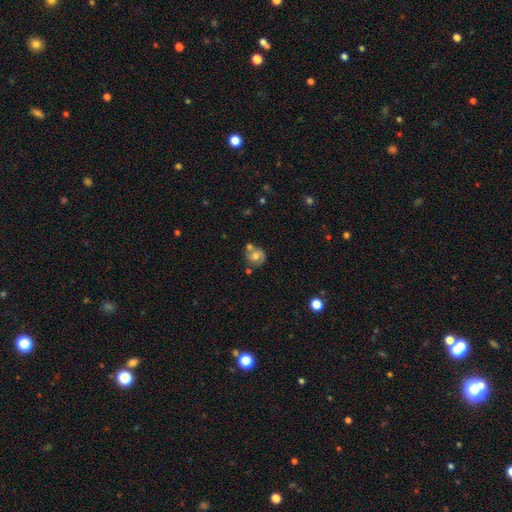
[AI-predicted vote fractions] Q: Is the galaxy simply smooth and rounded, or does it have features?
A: smooth — 50%.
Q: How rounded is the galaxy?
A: round — 80%.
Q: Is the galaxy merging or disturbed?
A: none — 53%.